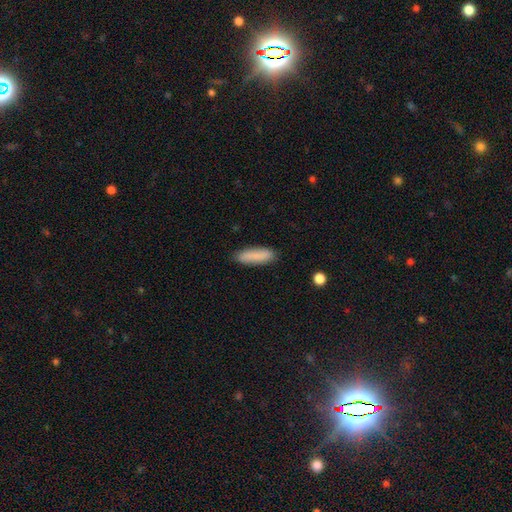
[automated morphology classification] type=smooth (86%); roundness=cigar-shaped (63%); merging=none (87%).